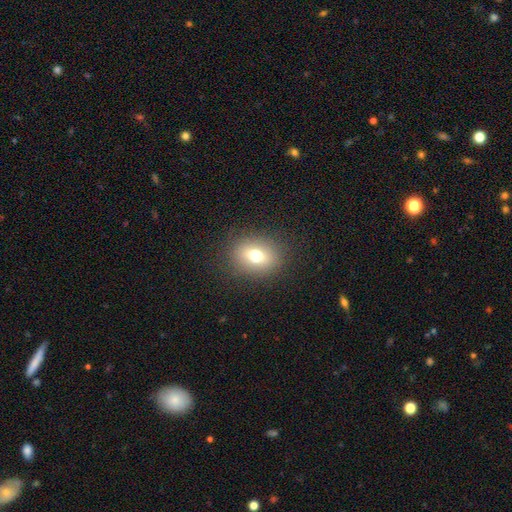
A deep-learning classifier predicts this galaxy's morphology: Smooth or featured? Predicted: smooth (p=0.70). How rounded? Predicted: round (p=0.53). Merging? Predicted: none (p=0.87).